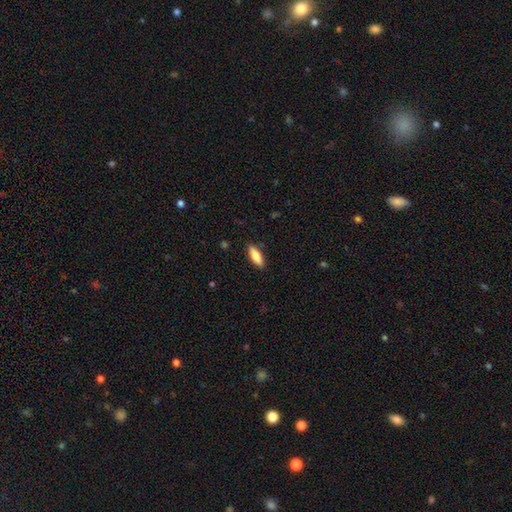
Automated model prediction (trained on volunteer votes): Morphology: type=smooth (77%); roundness=in between (62%); merging=none (88%).